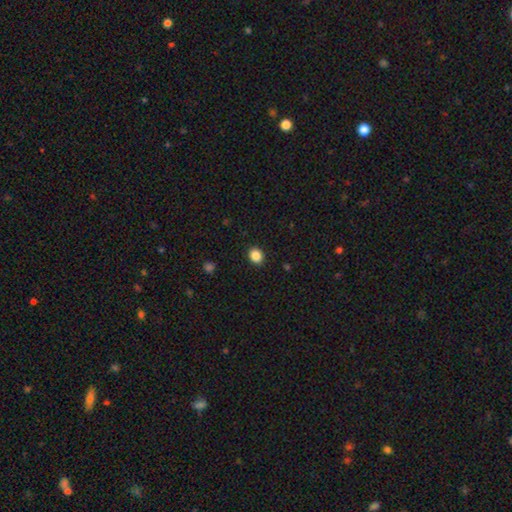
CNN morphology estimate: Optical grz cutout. It shows a smooth galaxy with no disk features (87%) that is round (57%). Merging: none (91%).